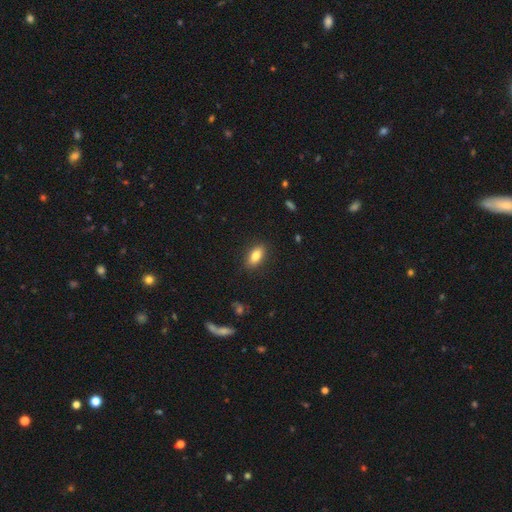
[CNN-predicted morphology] Smooth or featured?
  - smooth: 82% *
  - featured or disk: 10%
  - star or artifact: 8%
How rounded?
  - in between: 86% *
  - cigar-shaped: 9%
  - round: 5%
Merging?
  - none: 88% *
  - minor disturbance: 9%
  - major disturbance: 2%
  - merger: 1%